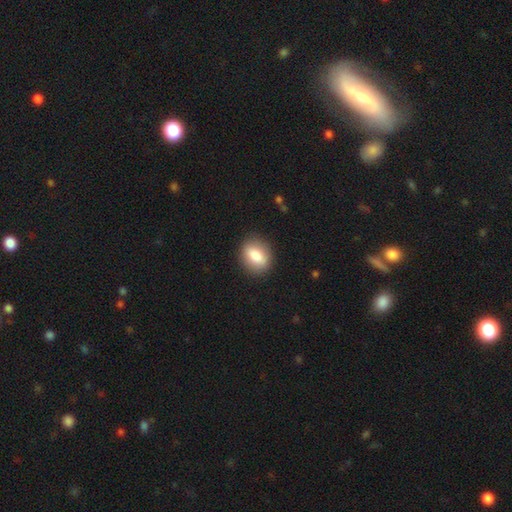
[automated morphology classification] A smooth galaxy with no disk features (81%) that is in between round and cigar-shaped (67%). Merging: none (87%).